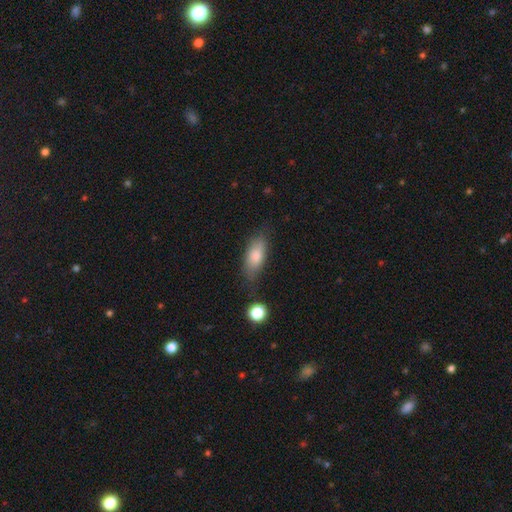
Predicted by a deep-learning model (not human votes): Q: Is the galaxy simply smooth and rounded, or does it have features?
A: smooth — 81%.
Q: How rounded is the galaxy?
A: in between — 78%.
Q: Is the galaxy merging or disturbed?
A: none — 67%.